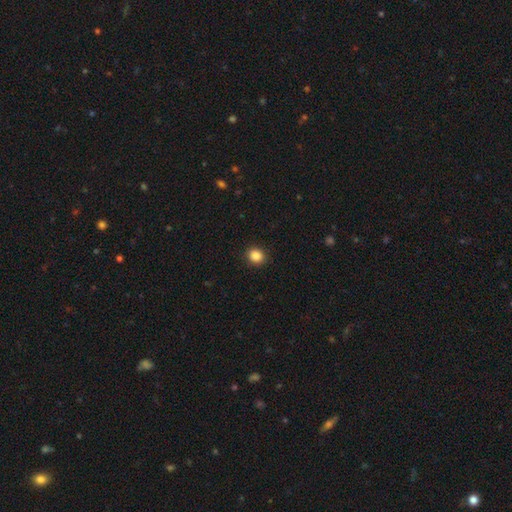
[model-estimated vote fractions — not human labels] smooth-or-featured: smooth: 87% | star or artifact: 10% | featured or disk: 3%
  how-rounded: round: 76% | in between: 23% | cigar-shaped: 1%
  merging: none: 91% | minor disturbance: 6% | major disturbance: 2% | merger: 1%